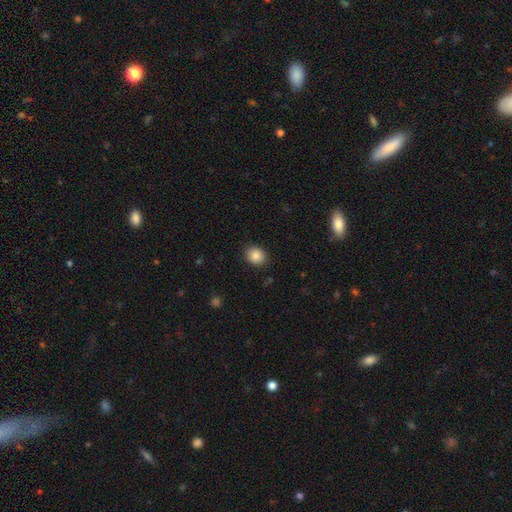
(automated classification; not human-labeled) A smooth galaxy with no disk features (86%) that is round (61%). Merging: none (88%).